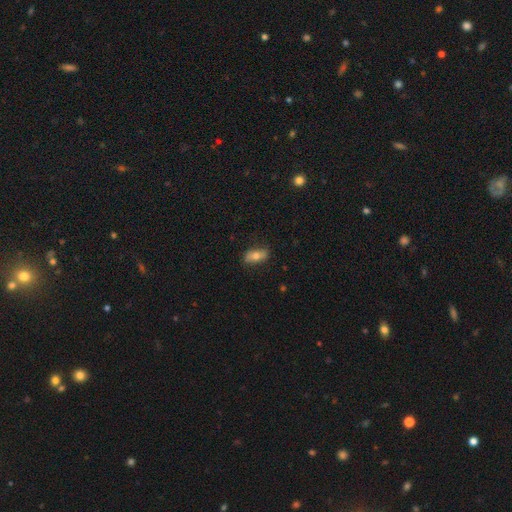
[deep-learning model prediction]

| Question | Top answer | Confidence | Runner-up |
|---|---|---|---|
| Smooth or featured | smooth | 66% | featured or disk (27%) |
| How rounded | in between | 76% | cigar-shaped (19%) |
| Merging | none | 81% | minor disturbance (14%) |